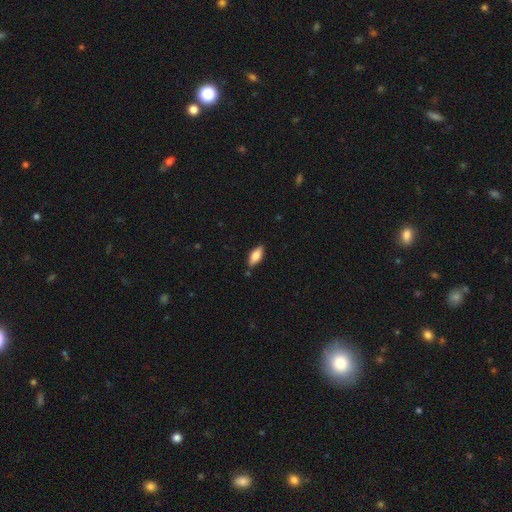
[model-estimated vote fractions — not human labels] Smooth or featured? smooth (77%)
How rounded? in between (80%)
Merging? none (83%)